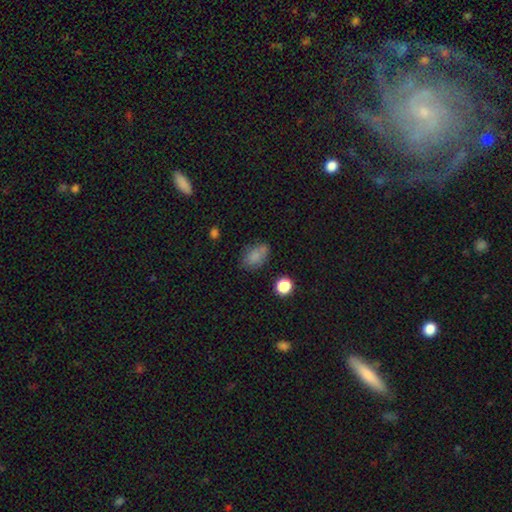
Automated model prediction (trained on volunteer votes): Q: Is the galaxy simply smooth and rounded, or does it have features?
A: smooth — 80%.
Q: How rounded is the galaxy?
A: in between — 84%.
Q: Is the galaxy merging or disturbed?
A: none — 64%.